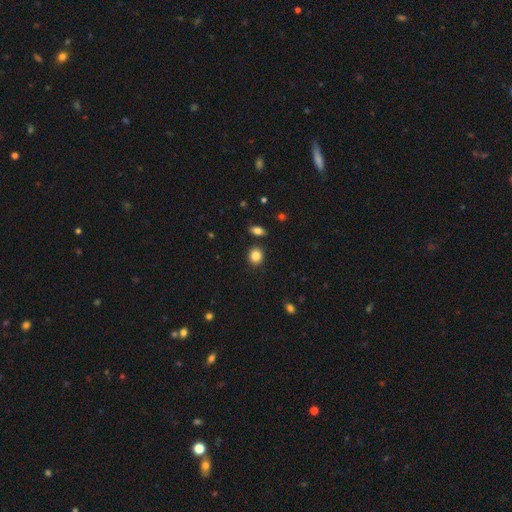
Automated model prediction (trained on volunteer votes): Smooth or featured? smooth (86%)
How rounded? round (75%)
Merging? none (86%)